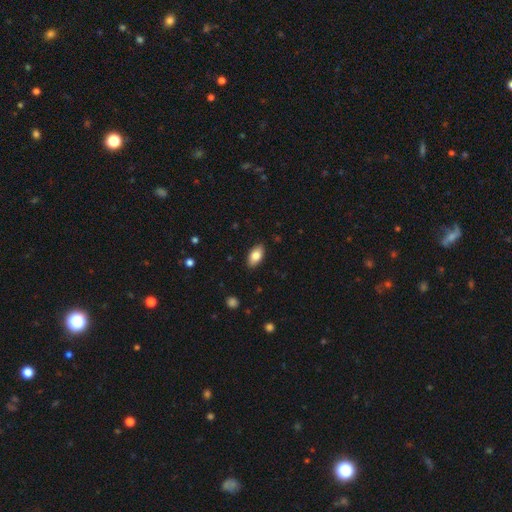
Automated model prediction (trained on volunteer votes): smooth_or_featured: smooth (p=0.82) [alt: featured or disk p=0.11]
how_rounded: in between (p=0.92) [alt: cigar-shaped p=0.04]
merging: none (p=0.88) [alt: minor disturbance p=0.09]